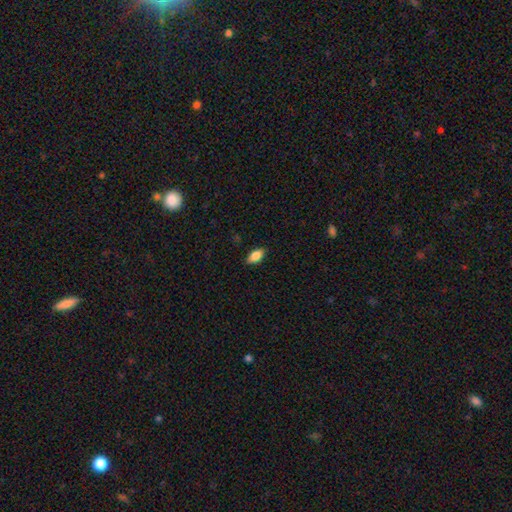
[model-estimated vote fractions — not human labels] Morphology: type=smooth (85%); roundness=in between (90%); merging=none (86%).